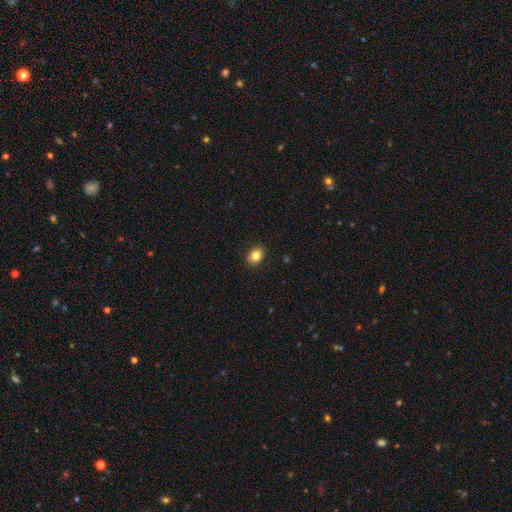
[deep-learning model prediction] Smooth or featured? Predicted: smooth (p=0.83). How rounded? Predicted: in between (p=0.56). Merging? Predicted: none (p=0.88).